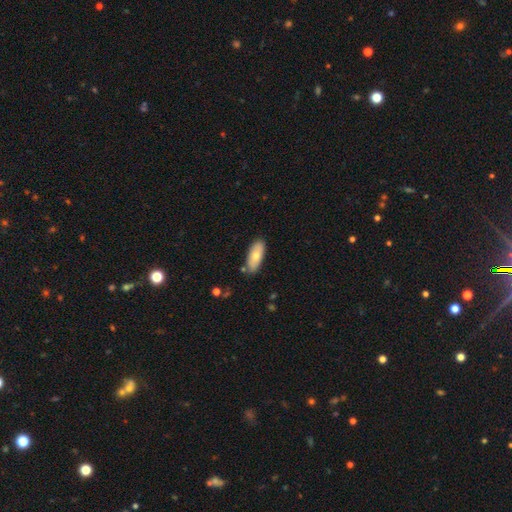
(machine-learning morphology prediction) Smooth or featured: smooth — 72% (featured or disk — 22%)
How rounded: in between — 82% (cigar-shaped — 16%)
Merging: none — 81% (minor disturbance — 13%)